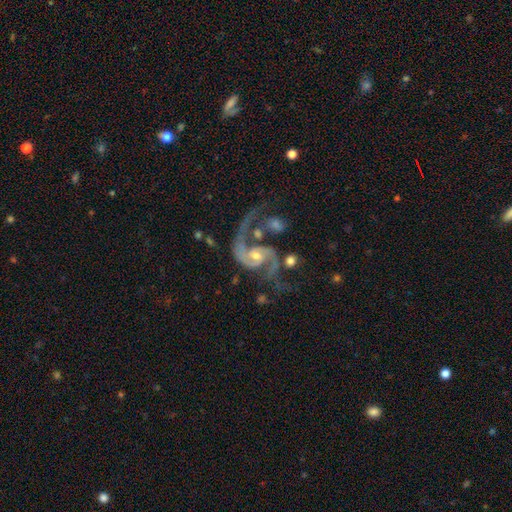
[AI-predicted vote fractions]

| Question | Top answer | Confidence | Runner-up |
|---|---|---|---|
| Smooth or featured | featured or disk | 91% | star or artifact (5%) |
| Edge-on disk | no | 98% | yes (2%) |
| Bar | no | 58% | weak (32%) |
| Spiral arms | yes | 97% | no (3%) |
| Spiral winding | medium | 47% | loose (41%) |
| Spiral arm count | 2 | 88% | 1 (5%) |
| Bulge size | moderate | 49% | small (45%) |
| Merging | none | 40% | major disturbance (24%) |